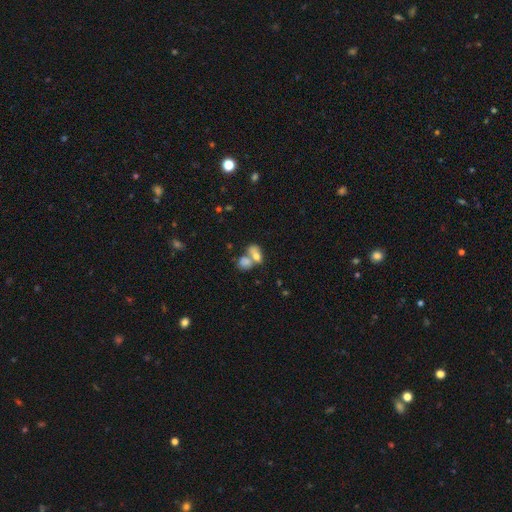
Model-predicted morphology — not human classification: type=smooth (56%); roundness=in between (62%); merging=merger (55%).